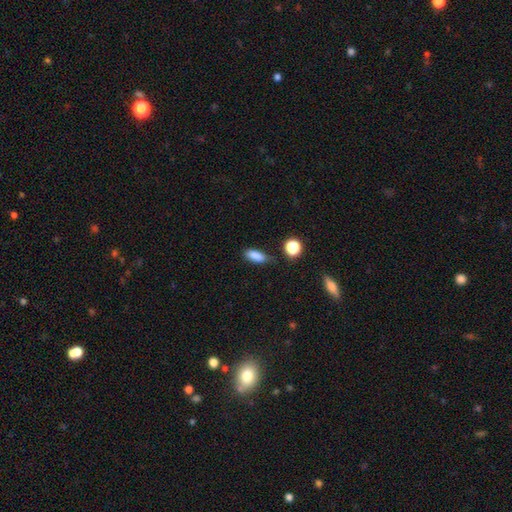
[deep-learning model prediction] Smooth or featured? smooth (85%)
How rounded? in between (77%)
Merging? none (76%)